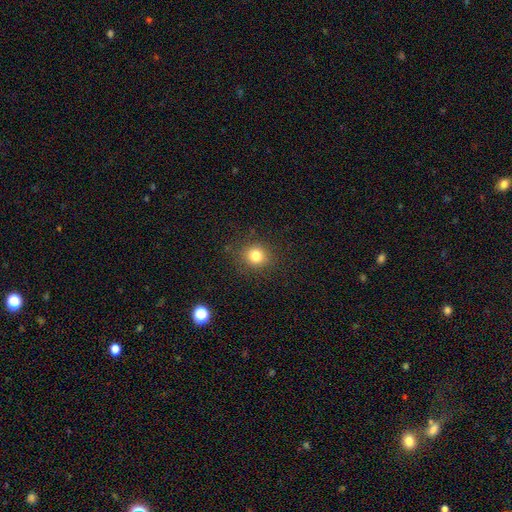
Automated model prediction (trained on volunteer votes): Smooth or featured?
  - smooth: 81% *
  - star or artifact: 13%
  - featured or disk: 6%
How rounded?
  - round: 83% *
  - in between: 16%
  - cigar-shaped: 1%
Merging?
  - none: 86% *
  - minor disturbance: 9%
  - major disturbance: 3%
  - merger: 1%